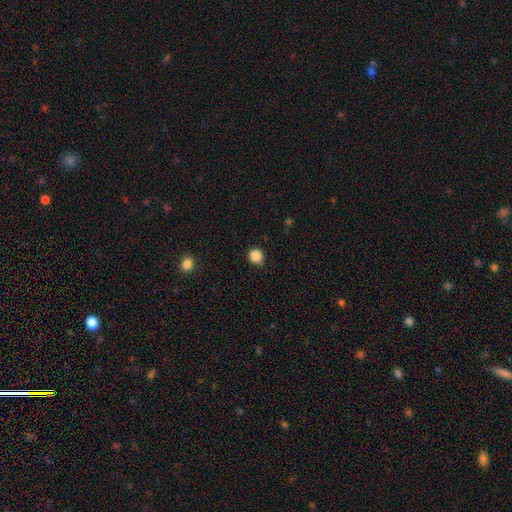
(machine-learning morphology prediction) This is clearly a smooth galaxy (87%). How rounded: clearly round (89%). Merging: clearly none (85%).